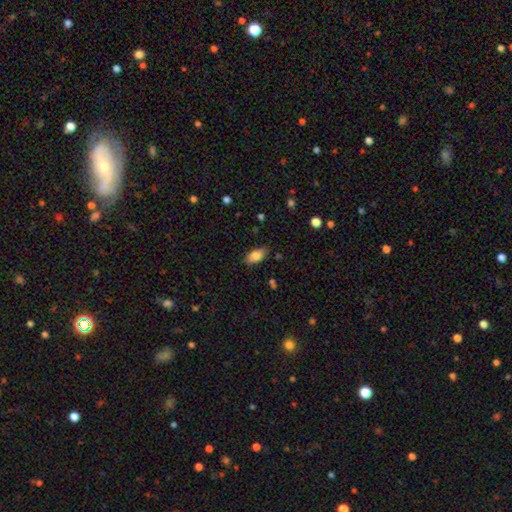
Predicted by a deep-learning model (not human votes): Smooth or featured: smooth — 83% (featured or disk — 10%)
How rounded: in between — 90% (cigar-shaped — 6%)
Merging: none — 82% (minor disturbance — 14%)